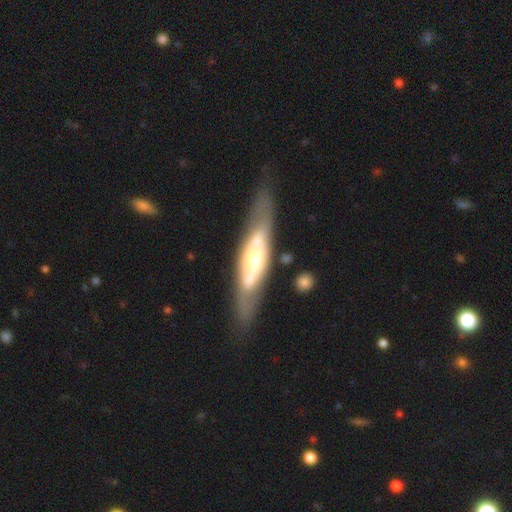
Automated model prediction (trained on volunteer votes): Smooth or featured?
  - featured or disk: 70% *
  - smooth: 25%
  - star or artifact: 5%
Edge-on disk?
  - no: 58% *
  - yes: 42%
Merging?
  - none: 74% *
  - minor disturbance: 15%
  - major disturbance: 7%
  - merger: 4%